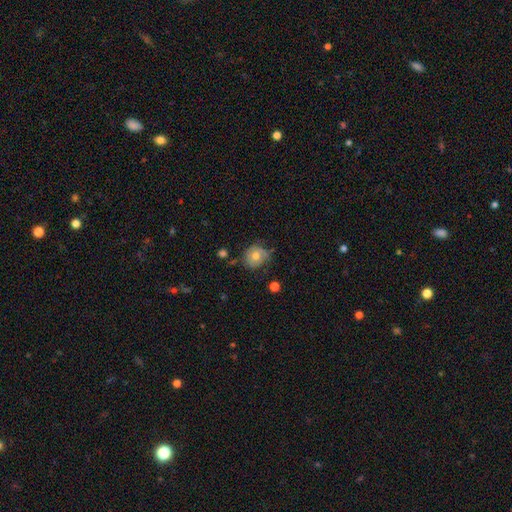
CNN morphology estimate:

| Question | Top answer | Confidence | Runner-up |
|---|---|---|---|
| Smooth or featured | smooth | 63% | featured or disk (28%) |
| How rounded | round | 77% | in between (22%) |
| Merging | none | 61% | minor disturbance (28%) |